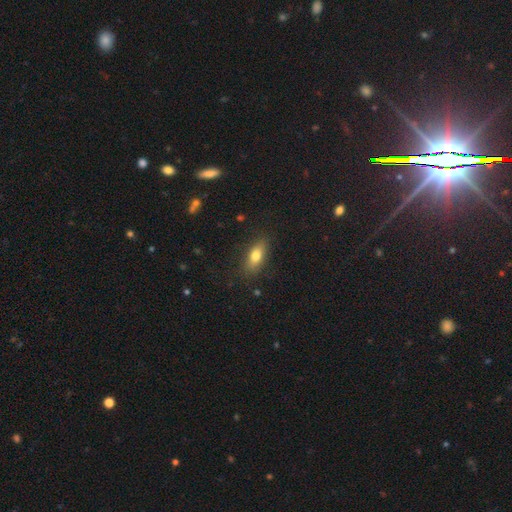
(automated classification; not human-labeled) This is likely a smooth galaxy (74%). How rounded: likely in between (75%). Merging: clearly none (82%).